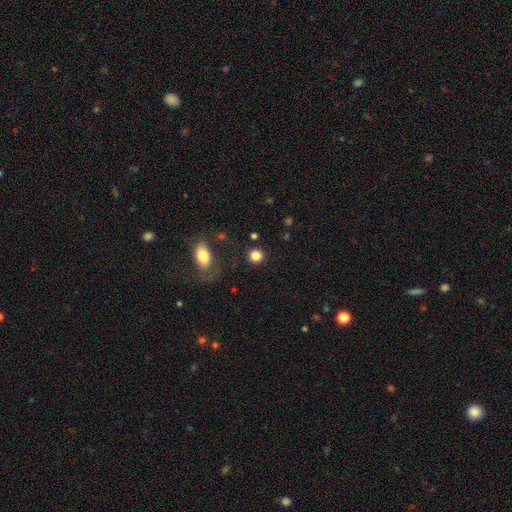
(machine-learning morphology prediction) Q: Smooth or featured?
A: smooth (84%); runner-up: star or artifact (11%)
Q: How rounded?
A: round (89%); runner-up: in between (9%)
Q: Merging?
A: none (87%); runner-up: minor disturbance (7%)